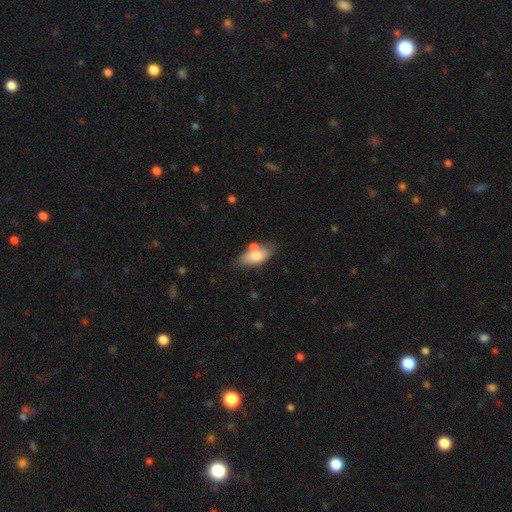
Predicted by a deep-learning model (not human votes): smooth-or-featured: smooth: 72% | featured or disk: 21% | star or artifact: 7%
  how-rounded: in between: 86% | cigar-shaped: 10% | round: 4%
  merging: none: 55% | minor disturbance: 21% | merger: 19% | major disturbance: 6%